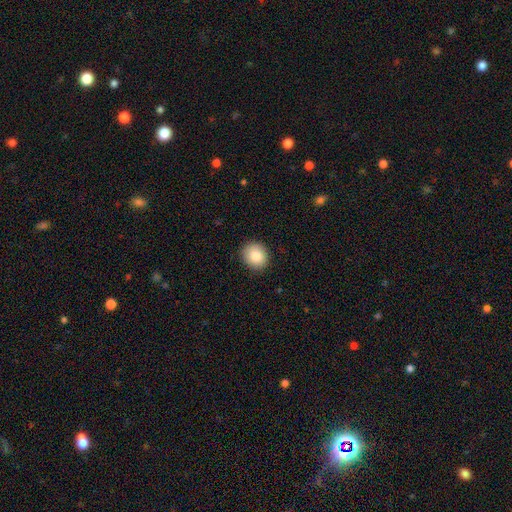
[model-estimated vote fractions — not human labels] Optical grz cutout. It shows a smooth galaxy with no disk features (84%) that is round (81%). Merging: none (89%).